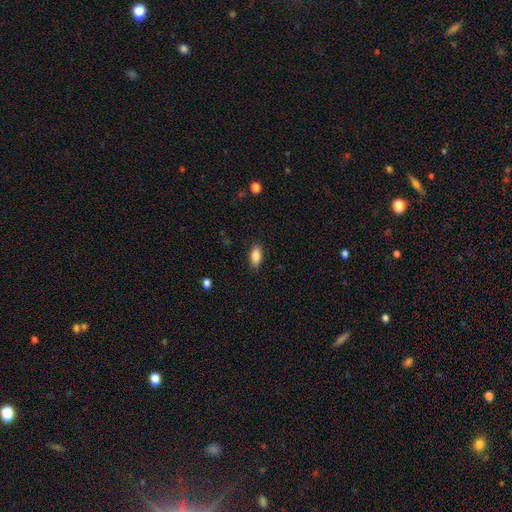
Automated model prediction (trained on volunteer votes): This is clearly a smooth galaxy (86%). How rounded: clearly in between (87%). Merging: clearly none (87%).